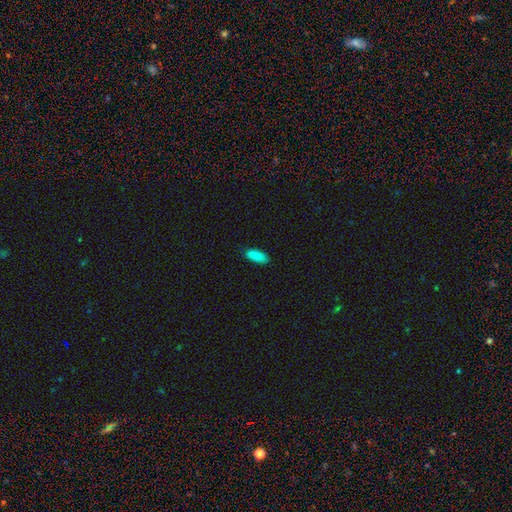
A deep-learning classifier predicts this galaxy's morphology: Smooth or featured: smooth — 88% (star or artifact — 8%)
How rounded: in between — 78% (cigar-shaped — 20%)
Merging: none — 83% (minor disturbance — 13%)